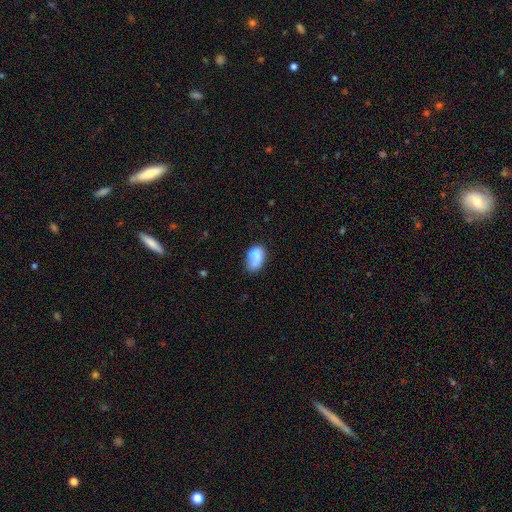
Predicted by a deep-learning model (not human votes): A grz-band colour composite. It shows a smooth galaxy with no disk features (68%) that is in between round and cigar-shaped (85%). Merging: none (42%).